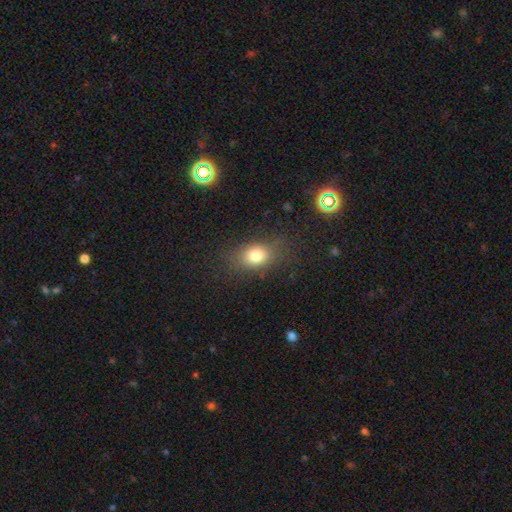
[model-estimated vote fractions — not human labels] Q: Smooth or featured?
A: smooth (78%); runner-up: star or artifact (12%)
Q: How rounded?
A: in between (64%); runner-up: round (34%)
Q: Merging?
A: none (76%); runner-up: minor disturbance (15%)